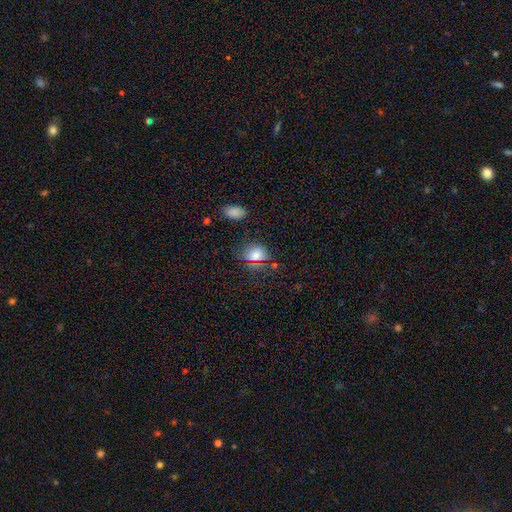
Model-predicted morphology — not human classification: A smooth galaxy with no disk features (72%) that is round (53%).

Vote fractions:
- Smooth or featured? smooth: 72% / star or artifact: 21% / featured or disk: 7%
- How rounded? round: 53% / in between: 45% / cigar-shaped: 2%
- Merging? none: 79% / minor disturbance: 14% / major disturbance: 4% / merger: 2%